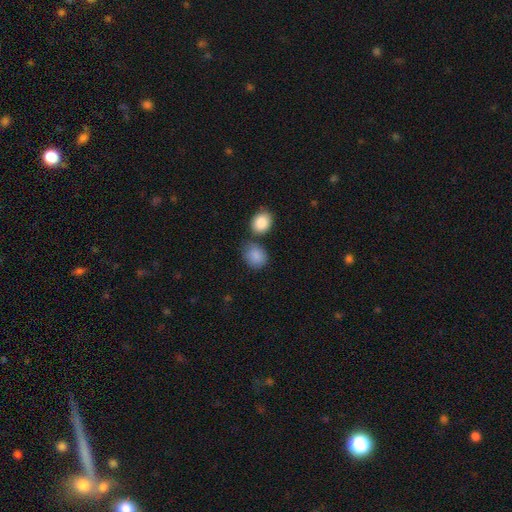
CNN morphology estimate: Smooth or featured: smooth — 87% (star or artifact — 8%)
How rounded: round — 53% (in between — 46%)
Merging: none — 62% (minor disturbance — 17%)